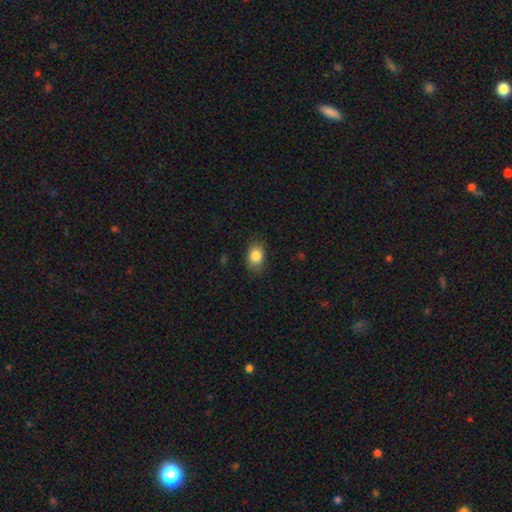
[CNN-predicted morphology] A smooth galaxy with no disk features (85%) that is in between round and cigar-shaped (70%). Merging: none (79%).